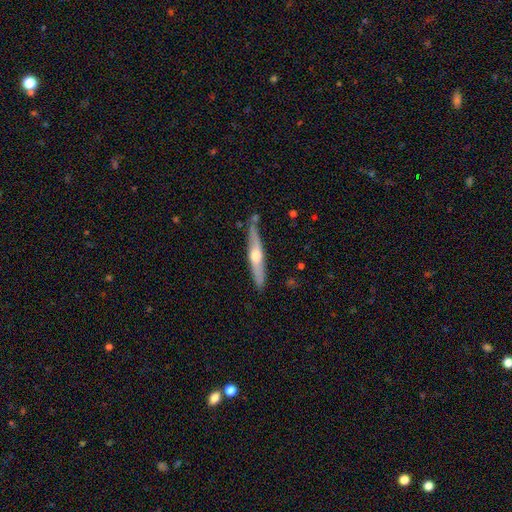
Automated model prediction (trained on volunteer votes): Overall: featured or disk (62%; smooth 33%). Edge-on disk: yes (94%). Edge-on bulge: rounded (91%). Merging: none (79%).